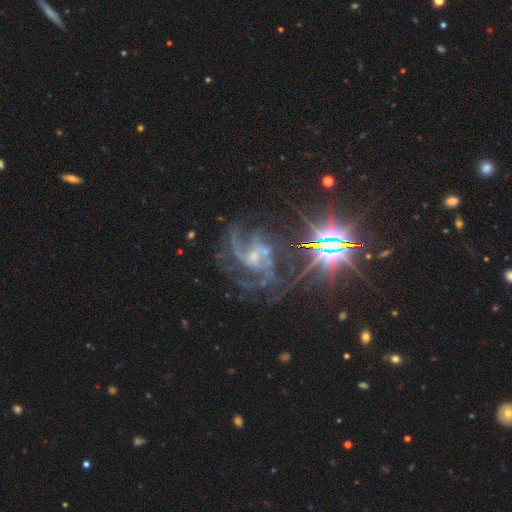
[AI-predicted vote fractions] A featured or disk galaxy (75%) with no bar (45%), 2 (32%) medium (50%) spiral arms (94%) and a small central bulge (56%). Merging: none (50%).